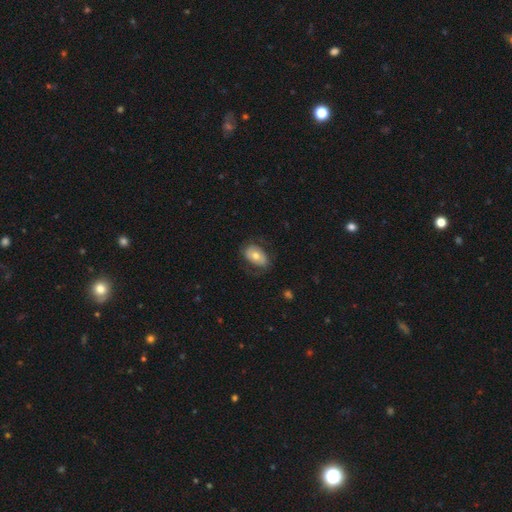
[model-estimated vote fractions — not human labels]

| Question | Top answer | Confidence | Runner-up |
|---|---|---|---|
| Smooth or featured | smooth | 60% | featured or disk (33%) |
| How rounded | in between | 87% | round (12%) |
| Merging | none | 66% | minor disturbance (20%) |